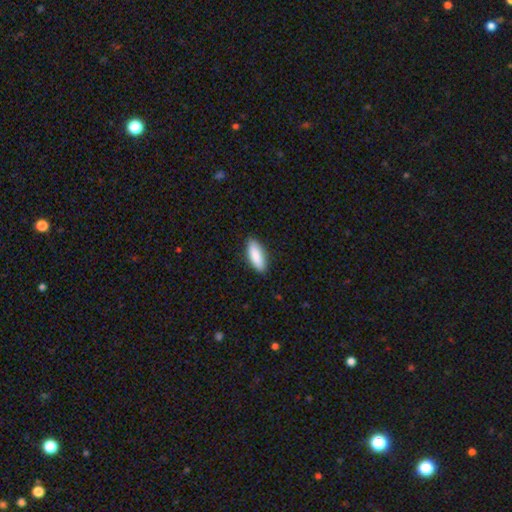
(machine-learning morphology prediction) This is clearly a smooth galaxy (87%). How rounded: likely in between (69%). Merging: clearly none (88%).